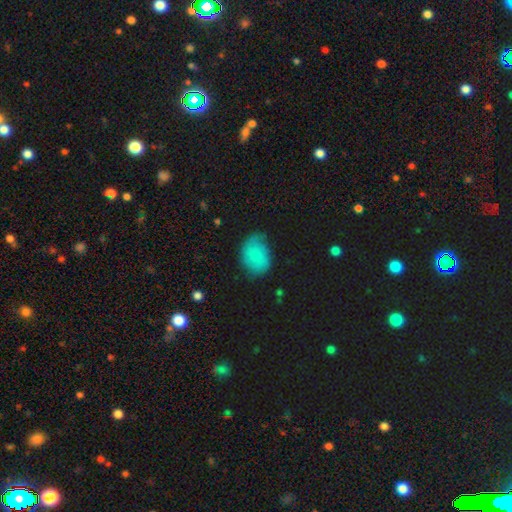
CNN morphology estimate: Smooth or featured?
  - smooth: 66% *
  - featured or disk: 25%
  - star or artifact: 9%
How rounded?
  - in between: 67% *
  - round: 32%
  - cigar-shaped: 1%
Merging?
  - none: 55% *
  - minor disturbance: 33%
  - major disturbance: 10%
  - merger: 2%